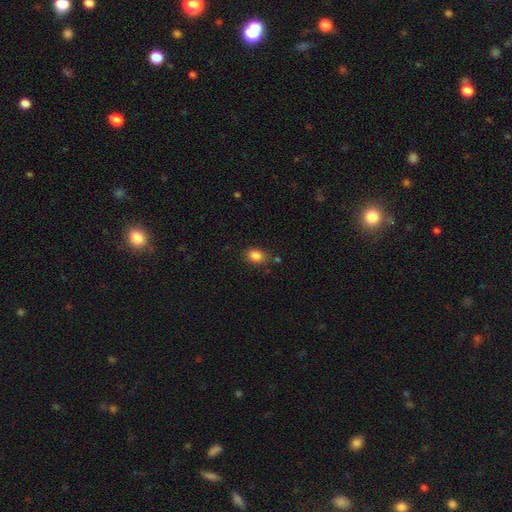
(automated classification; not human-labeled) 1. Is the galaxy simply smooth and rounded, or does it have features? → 85% smooth, 10% star or artifact, 5% featured or disk.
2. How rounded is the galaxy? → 69% in between, 29% round, 1% cigar-shaped.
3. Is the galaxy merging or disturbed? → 77% none, 15% minor disturbance, 5% merger, 4% major disturbance.